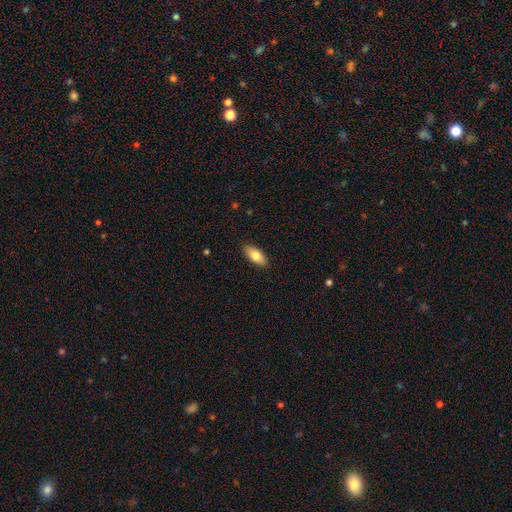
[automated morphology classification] smooth 78%, featured or disk 16%, star or artifact 6%. Down the decision tree: how rounded — in between (86%); merging — none (89%).